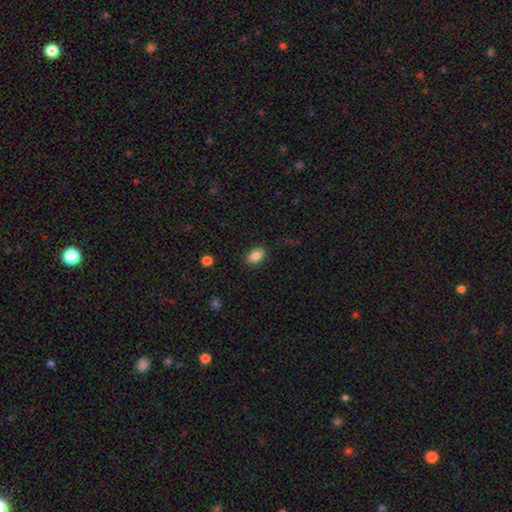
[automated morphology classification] Smooth or featured? smooth (85%)
How rounded? in between (89%)
Merging? none (84%)